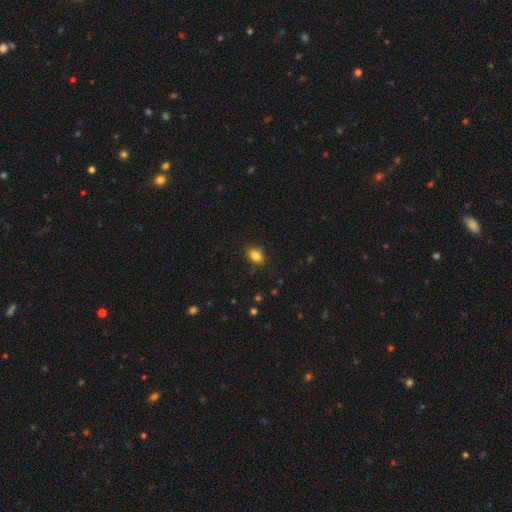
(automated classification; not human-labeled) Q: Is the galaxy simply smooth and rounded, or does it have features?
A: smooth — 83%.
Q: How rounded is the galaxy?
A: in between — 59%.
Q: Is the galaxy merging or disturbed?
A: none — 82%.